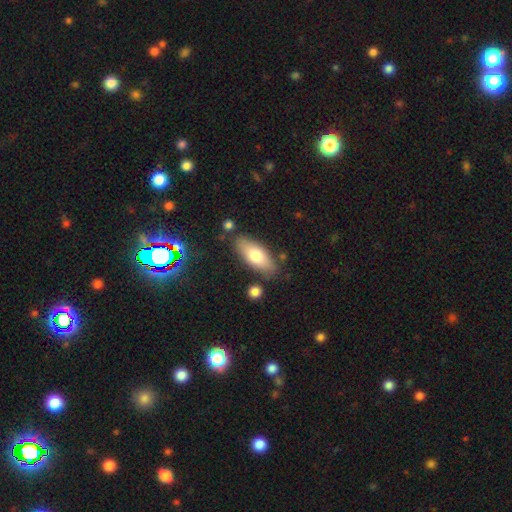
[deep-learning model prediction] Q: Smooth or featured?
A: smooth (73%); runner-up: featured or disk (20%)
Q: How rounded?
A: in between (79%); runner-up: cigar-shaped (19%)
Q: Merging?
A: none (79%); runner-up: minor disturbance (13%)